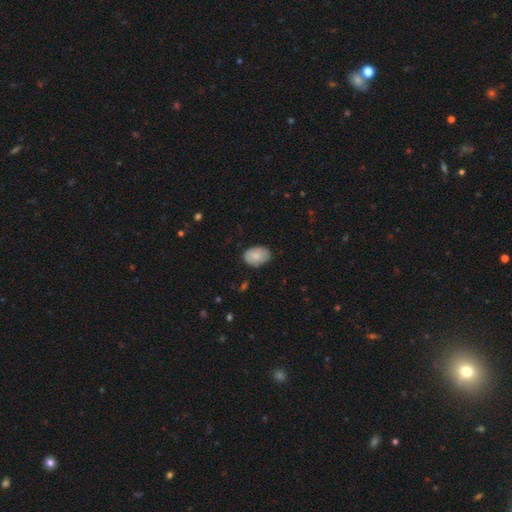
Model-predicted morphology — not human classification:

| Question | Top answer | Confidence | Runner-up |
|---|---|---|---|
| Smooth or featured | smooth | 81% | featured or disk (13%) |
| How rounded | in between | 82% | round (17%) |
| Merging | none | 80% | minor disturbance (16%) |